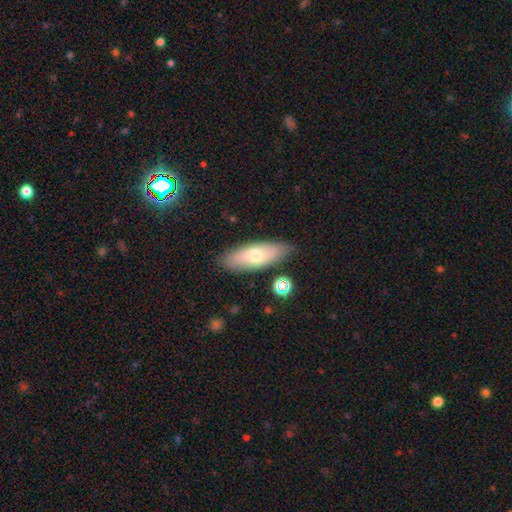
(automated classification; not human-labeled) Morphology: type=smooth (63%); roundness=in between (69%); merging=none (85%).